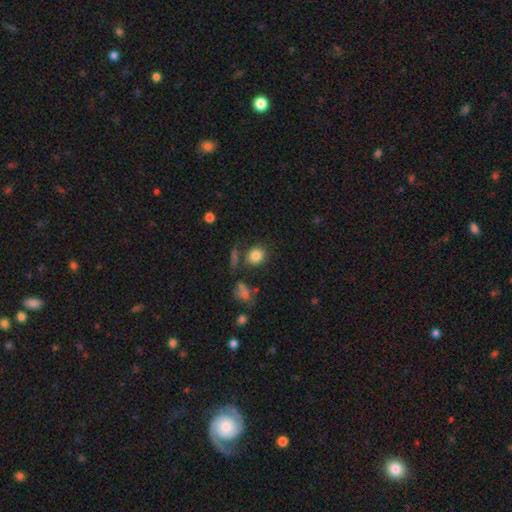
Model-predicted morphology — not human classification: A smooth galaxy with no disk features (83%) that is round (73%).

Vote fractions:
- Smooth or featured? smooth: 83% / star or artifact: 10% / featured or disk: 7%
- How rounded? round: 73% / in between: 26% / cigar-shaped: 1%
- Merging? none: 73% / minor disturbance: 11% / merger: 10% / major disturbance: 6%